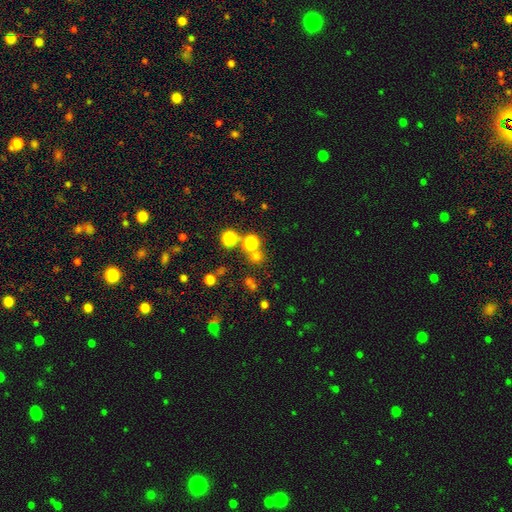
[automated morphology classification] smooth_or_featured: smooth (p=0.66) [alt: star or artifact p=0.25]
how_rounded: round (p=0.83) [alt: in between p=0.16]
merging: none (p=0.61) [alt: merger p=0.27]